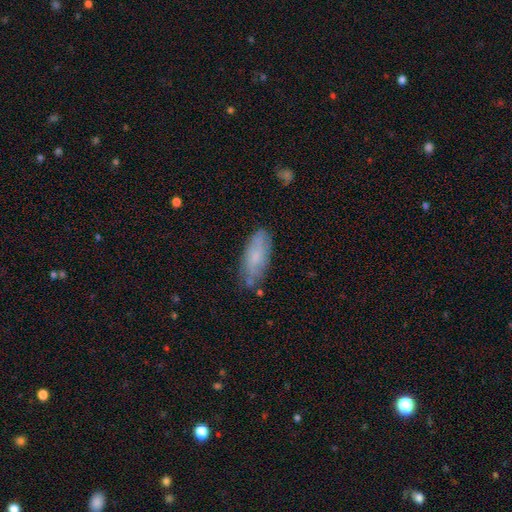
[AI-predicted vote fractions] Smooth or featured: smooth — 63% (featured or disk — 29%)
How rounded: in between — 77% (cigar-shaped — 21%)
Merging: none — 72% (minor disturbance — 21%)